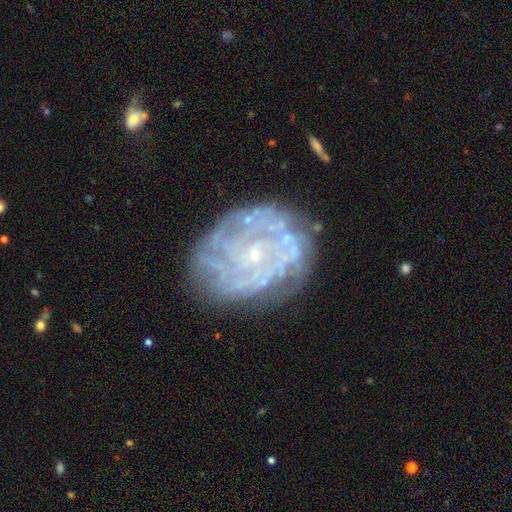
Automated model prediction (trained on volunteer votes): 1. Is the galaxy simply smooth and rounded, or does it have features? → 81% featured or disk, 11% smooth, 8% star or artifact.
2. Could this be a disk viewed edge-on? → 97% no, 3% yes.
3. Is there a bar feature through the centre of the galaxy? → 79% no, 17% weak, 4% strong.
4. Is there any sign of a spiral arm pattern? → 85% yes, 15% no.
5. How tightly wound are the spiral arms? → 72% tight, 21% medium, 7% loose.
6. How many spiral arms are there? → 44% can't tell, 15% 4, 14% more than 4, 11% 3, 10% 2, 6% 1.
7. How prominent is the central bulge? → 83% small, 10% moderate, 5% none, 1% large, 1% dominant.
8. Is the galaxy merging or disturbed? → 73% none, 17% minor disturbance, 8% major disturbance, 2% merger.